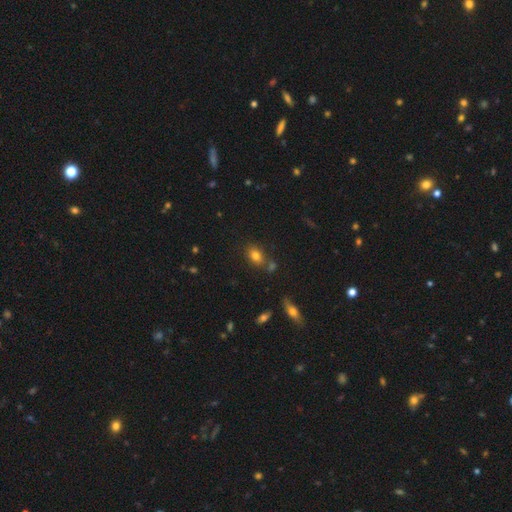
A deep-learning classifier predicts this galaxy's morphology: Smooth or featured? Predicted: smooth (p=0.78). How rounded? Predicted: in between (p=0.76). Merging? Predicted: none (p=0.68).